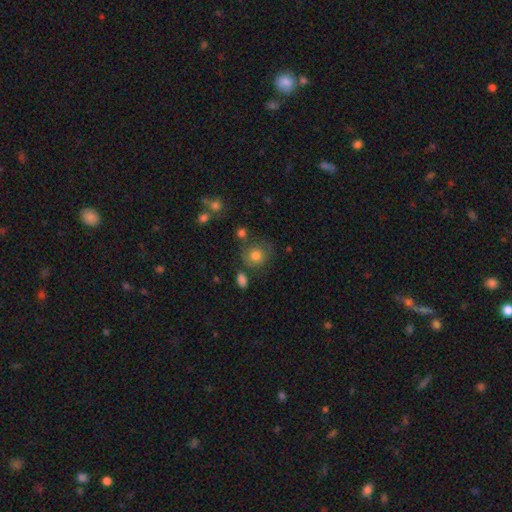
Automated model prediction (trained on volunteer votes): Overall: smooth (77%). How rounded: round (81%). Merging: none (63%).